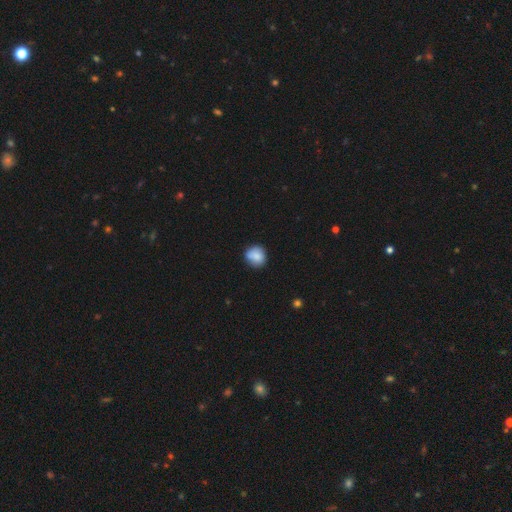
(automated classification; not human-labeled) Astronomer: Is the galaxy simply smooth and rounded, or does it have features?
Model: smooth — 85%.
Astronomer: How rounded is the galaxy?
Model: round — 85%.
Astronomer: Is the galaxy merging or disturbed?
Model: none — 79%.